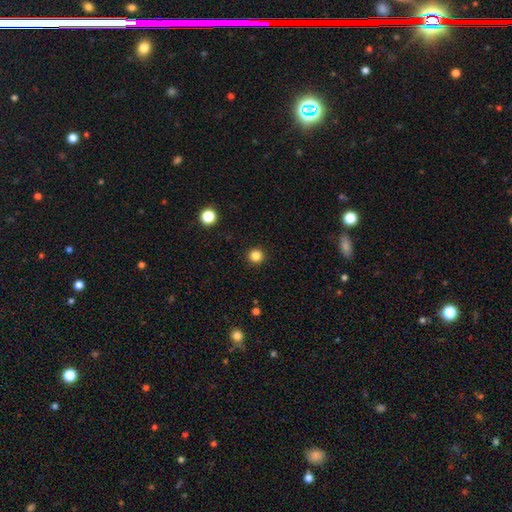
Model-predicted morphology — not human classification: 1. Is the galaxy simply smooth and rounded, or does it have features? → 83% smooth, 13% star or artifact, 4% featured or disk.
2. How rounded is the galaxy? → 95% round, 4% in between, 1% cigar-shaped.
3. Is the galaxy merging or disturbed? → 93% none, 4% minor disturbance, 2% major disturbance, 1% merger.